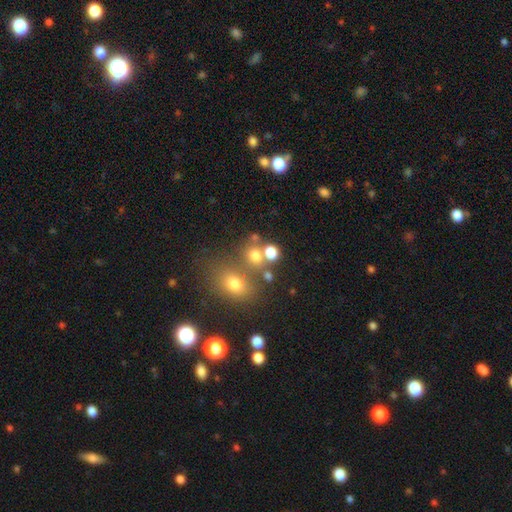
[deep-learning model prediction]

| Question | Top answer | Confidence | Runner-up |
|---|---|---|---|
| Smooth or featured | smooth | 70% | star or artifact (18%) |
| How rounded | round | 71% | in between (27%) |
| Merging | none | 52% | merger (32%) |